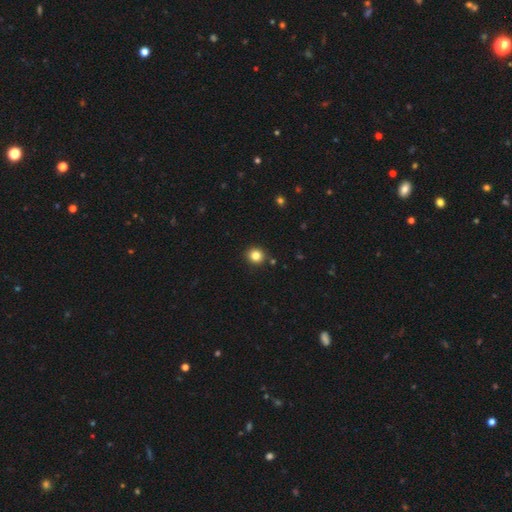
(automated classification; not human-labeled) A smooth galaxy with no disk features (82%) that is round (87%).

Vote fractions:
- Smooth or featured? smooth: 82% / star or artifact: 12% / featured or disk: 6%
- How rounded? round: 87% / in between: 13% / cigar-shaped: 1%
- Merging? none: 89% / minor disturbance: 7% / merger: 3% / major disturbance: 2%